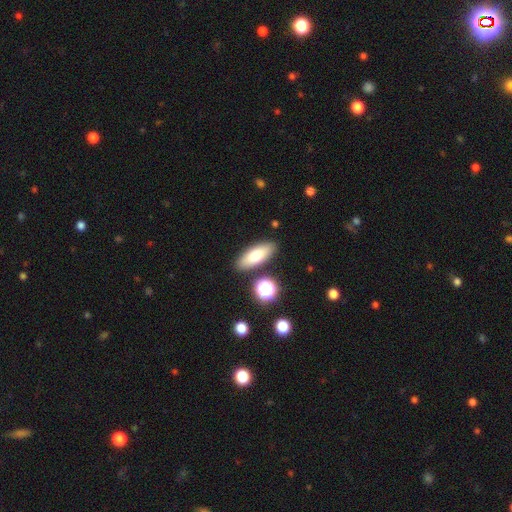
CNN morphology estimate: smooth-or-featured: smooth: 77% | featured or disk: 15% | star or artifact: 8%
  how-rounded: in between: 68% | cigar-shaped: 27% | round: 4%
  merging: none: 85% | minor disturbance: 9% | merger: 4% | major disturbance: 2%